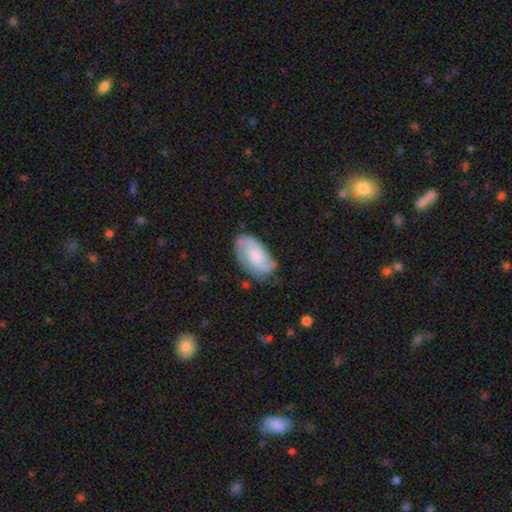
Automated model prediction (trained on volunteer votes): Q: Smooth or featured?
A: featured or disk (49%); runner-up: smooth (44%)
Q: Merging?
A: none (63%); runner-up: minor disturbance (26%)